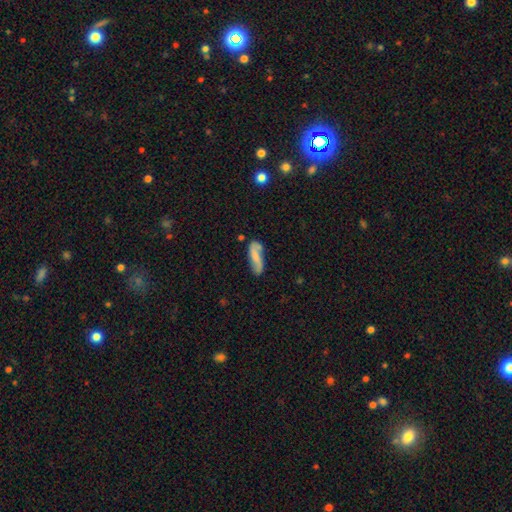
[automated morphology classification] Smooth or featured: smooth — 48% (featured or disk — 44%)
Merging: none — 62% (minor disturbance — 23%)